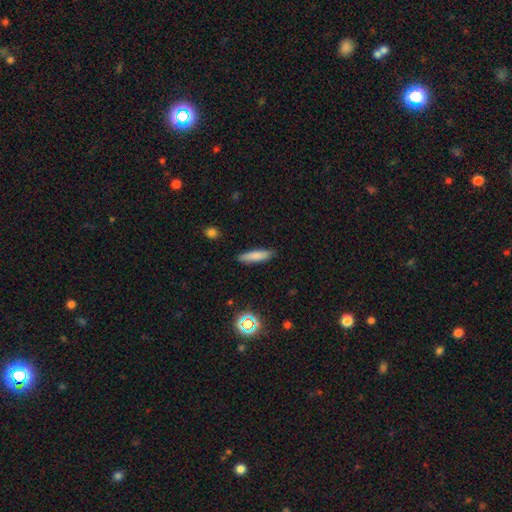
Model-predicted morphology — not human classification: type=smooth (80%); roundness=cigar-shaped (77%); merging=none (88%).